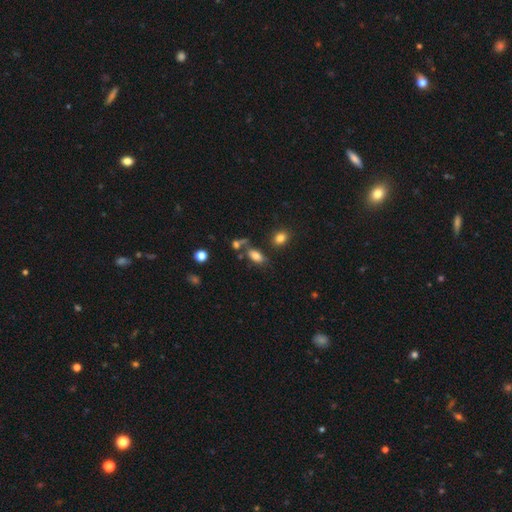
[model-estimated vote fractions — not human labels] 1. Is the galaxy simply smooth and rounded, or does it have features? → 77% smooth, 13% featured or disk, 11% star or artifact.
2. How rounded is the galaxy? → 86% in between, 8% cigar-shaped, 6% round.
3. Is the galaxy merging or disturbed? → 61% none, 18% merger, 15% minor disturbance, 6% major disturbance.